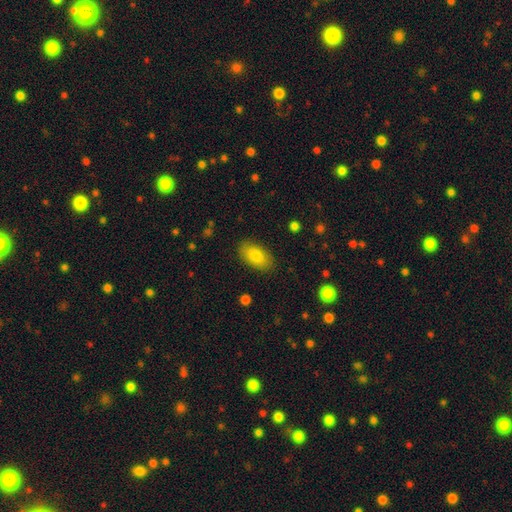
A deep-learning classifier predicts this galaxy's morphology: Smooth or featured: smooth — 82% (featured or disk — 11%)
How rounded: in between — 93% (round — 5%)
Merging: none — 86% (minor disturbance — 10%)